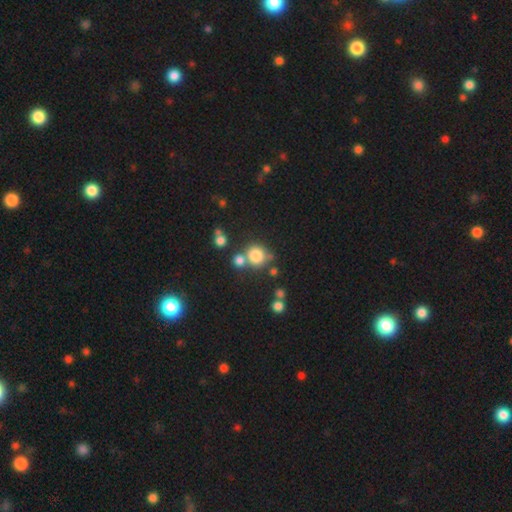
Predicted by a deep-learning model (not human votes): This is likely a smooth galaxy (78%). How rounded: clearly round (88%). Merging: likely none (60%).